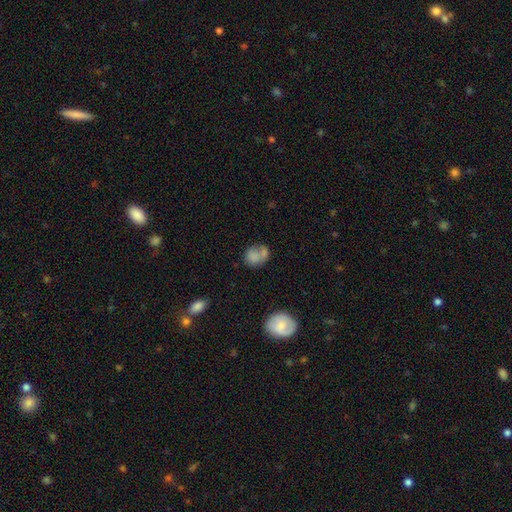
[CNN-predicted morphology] A smooth galaxy with no disk features (75%) that is round (61%). Merging: none (40%).